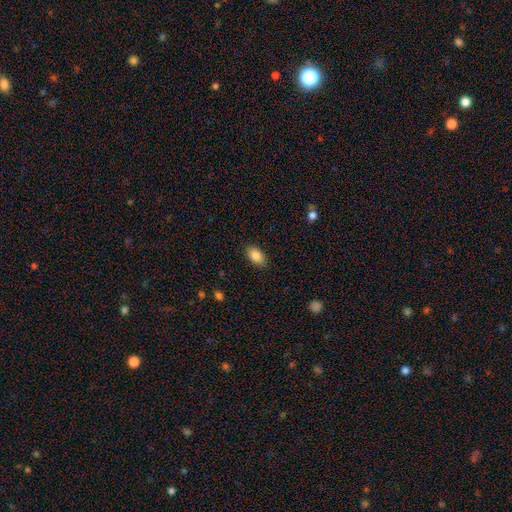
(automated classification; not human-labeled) The model was most divided on "merging": none: 87%, minor disturbance: 10%, major disturbance: 2%, merger: 1%. More confident: how rounded — in between (91%); smooth or featured — smooth (86%).